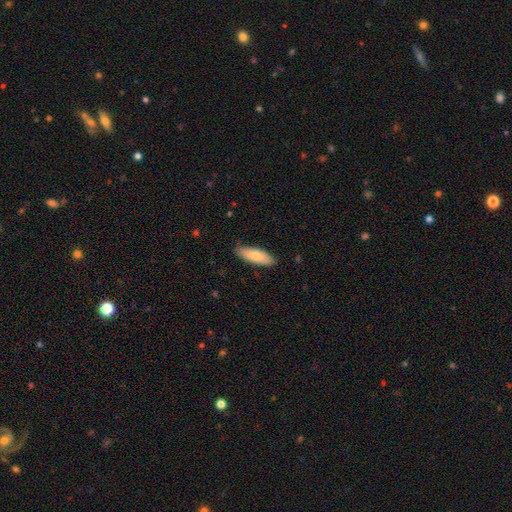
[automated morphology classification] The model was most divided on "how rounded": in between: 62%, cigar-shaped: 36%, round: 2%. More confident: merging — none (85%); smooth or featured — smooth (80%).